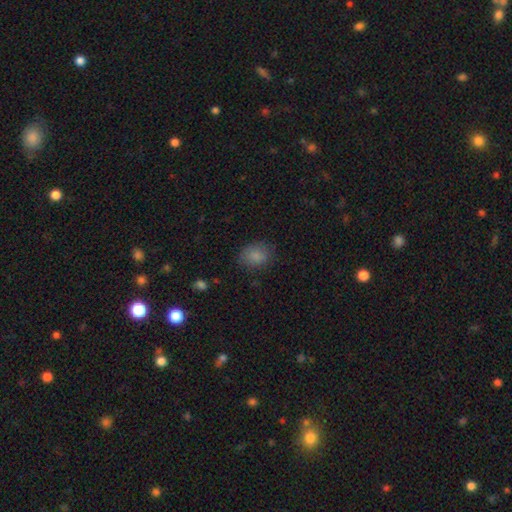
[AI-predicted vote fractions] smooth_or_featured: smooth (p=0.83) [alt: star or artifact p=0.10]
how_rounded: in between (p=0.55) [alt: round p=0.44]
merging: none (p=0.75) [alt: minor disturbance p=0.18]